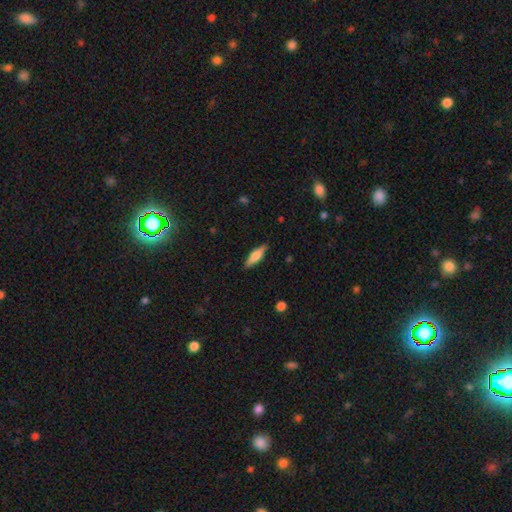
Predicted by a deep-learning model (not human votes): smooth-or-featured: smooth: 59% | featured or disk: 35% | star or artifact: 6%
  how-rounded: cigar-shaped: 64% | in between: 34% | round: 2%
  merging: none: 88% | minor disturbance: 9% | major disturbance: 2% | merger: 1%